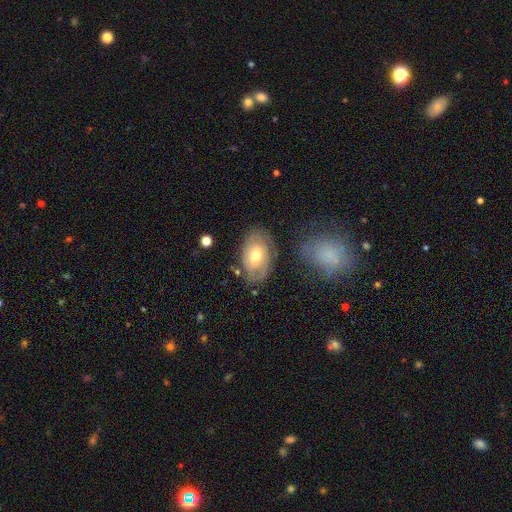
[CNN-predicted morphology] Smooth or featured? featured or disk (60%)
Edge-on disk? no (93%)
Bar? no (69%)
Spiral arms? yes (69%)
Bulge size? moderate (71%)
Merging? none (72%)